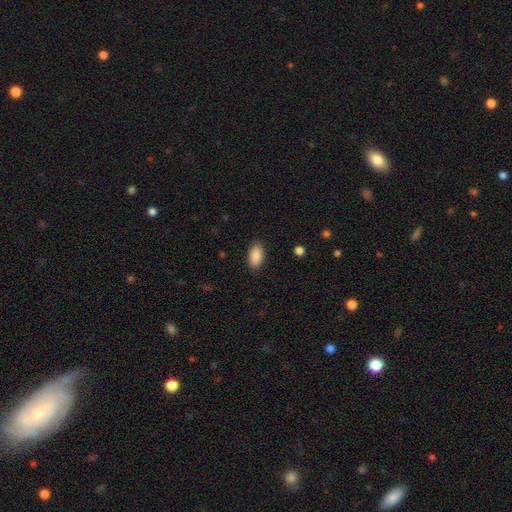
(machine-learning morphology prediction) smooth_or_featured: smooth (p=0.90) [alt: star or artifact p=0.07]
how_rounded: in between (p=0.94) [alt: round p=0.04]
merging: none (p=0.88) [alt: minor disturbance p=0.09]